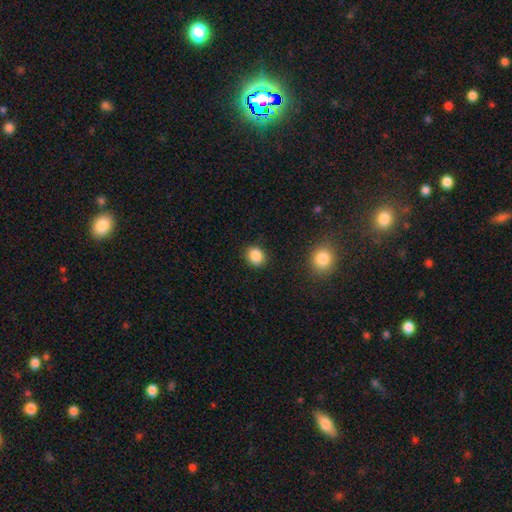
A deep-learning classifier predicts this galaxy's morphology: smooth_or_featured: smooth (p=0.87) [alt: star or artifact p=0.09]
how_rounded: round (p=0.66) [alt: in between p=0.33]
merging: none (p=0.89) [alt: minor disturbance p=0.07]